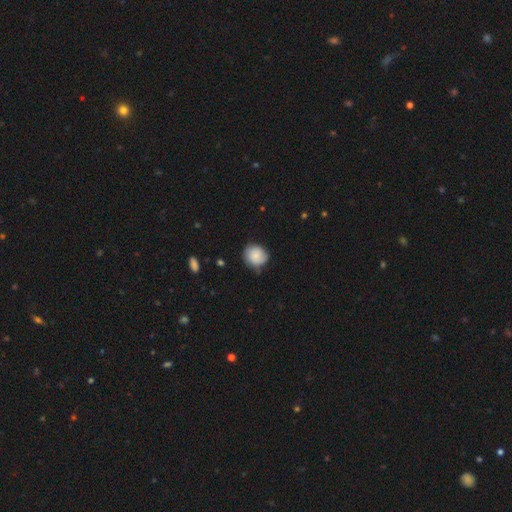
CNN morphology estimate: smooth-or-featured: smooth: 78% | featured or disk: 15% | star or artifact: 7%
  how-rounded: round: 81% | in between: 18% | cigar-shaped: 1%
  merging: none: 70% | minor disturbance: 24% | major disturbance: 5% | merger: 2%